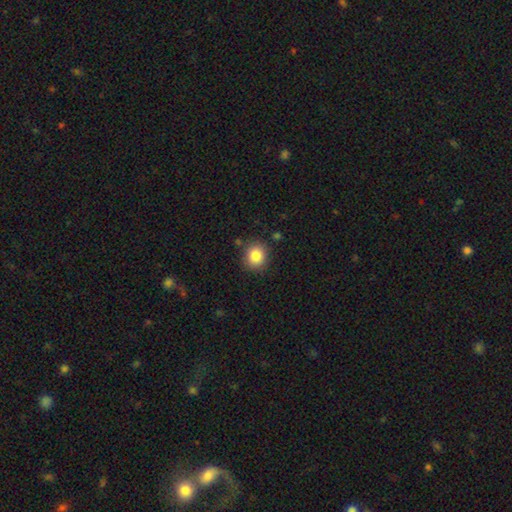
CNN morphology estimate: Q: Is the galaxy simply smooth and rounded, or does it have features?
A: smooth — 85%.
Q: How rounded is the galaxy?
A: round — 82%.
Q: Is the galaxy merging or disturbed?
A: none — 86%.